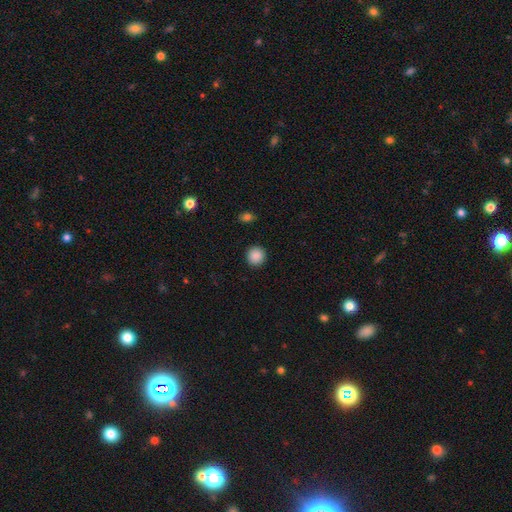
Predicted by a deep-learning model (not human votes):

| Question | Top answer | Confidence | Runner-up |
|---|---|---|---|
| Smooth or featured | smooth | 89% | star or artifact (9%) |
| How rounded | round | 91% | in between (8%) |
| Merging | none | 92% | minor disturbance (5%) |